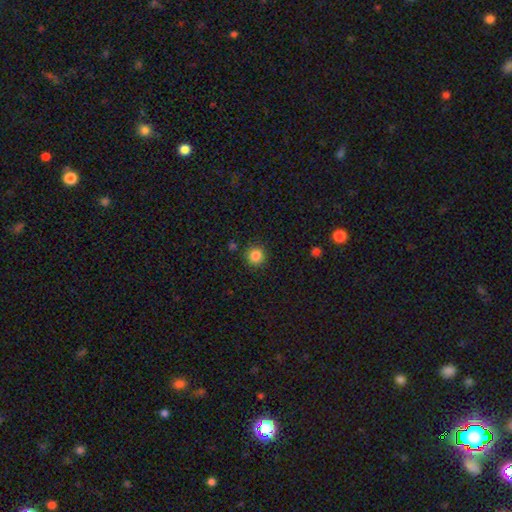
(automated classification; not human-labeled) This appears to be a smooth galaxy with no disk features (85%) that is round (94%). Merging: none (89%).